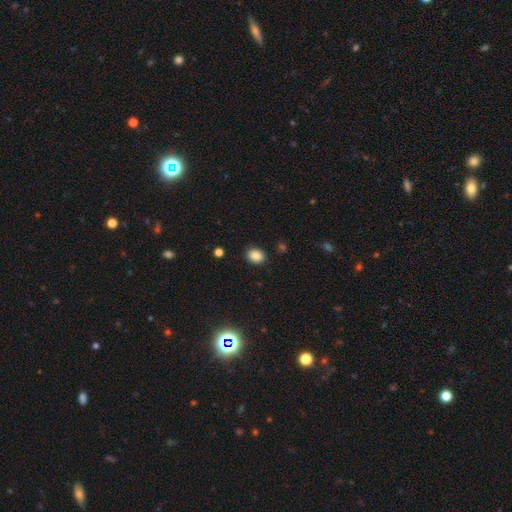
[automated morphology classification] Q: Smooth or featured?
A: smooth (86%); runner-up: star or artifact (10%)
Q: How rounded?
A: in between (50%); runner-up: round (49%)
Q: Merging?
A: none (88%); runner-up: minor disturbance (9%)